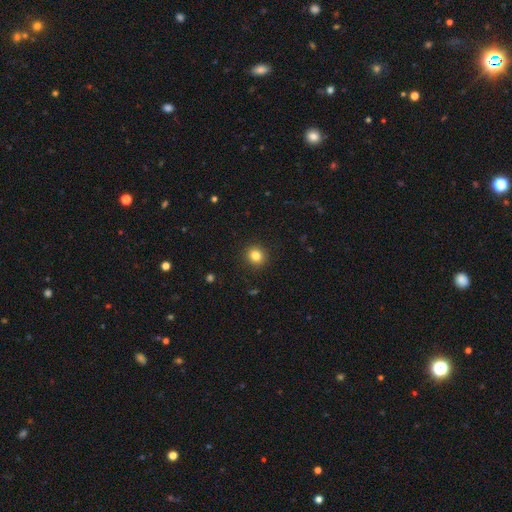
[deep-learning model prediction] Smooth or featured?
  - smooth: 83% *
  - star or artifact: 11%
  - featured or disk: 6%
How rounded?
  - round: 86% *
  - in between: 13%
  - cigar-shaped: 1%
Merging?
  - none: 92% *
  - minor disturbance: 5%
  - major disturbance: 2%
  - merger: 1%